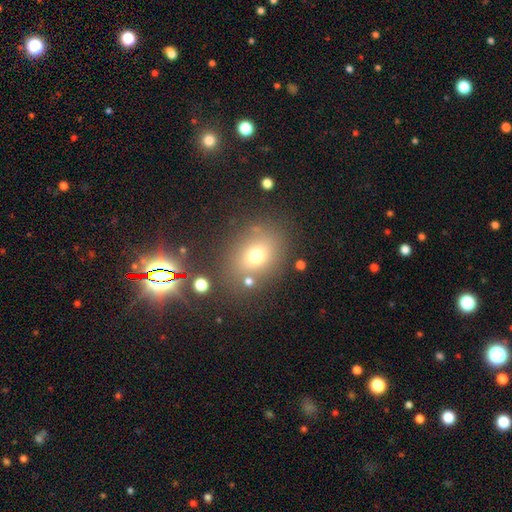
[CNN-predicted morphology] A smooth galaxy with no disk features (69%) that is in between round and cigar-shaped (54%). Merging: none (74%).